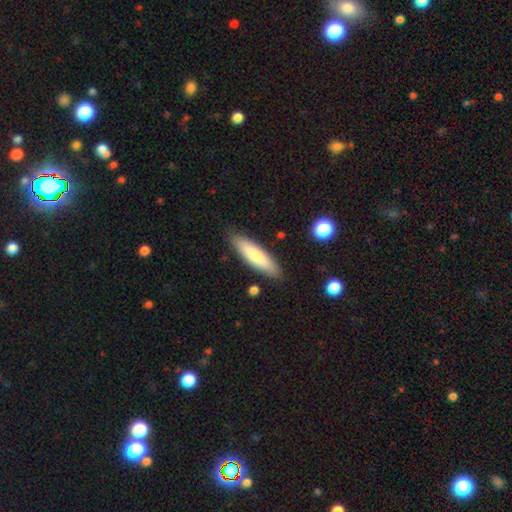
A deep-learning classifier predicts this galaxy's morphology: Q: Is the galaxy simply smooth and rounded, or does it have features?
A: smooth — 77%.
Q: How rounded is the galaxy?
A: cigar-shaped — 65%.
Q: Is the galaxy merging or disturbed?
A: none — 86%.